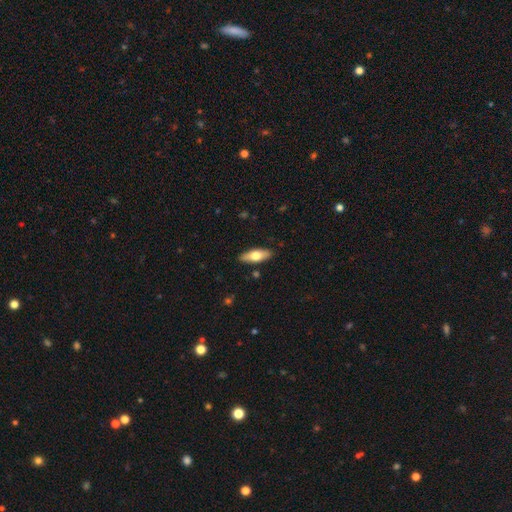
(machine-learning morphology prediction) smooth-or-featured: smooth: 65% | featured or disk: 29% | star or artifact: 6%
  how-rounded: in between: 71% | cigar-shaped: 26% | round: 2%
  merging: none: 88% | minor disturbance: 9% | major disturbance: 2% | merger: 1%